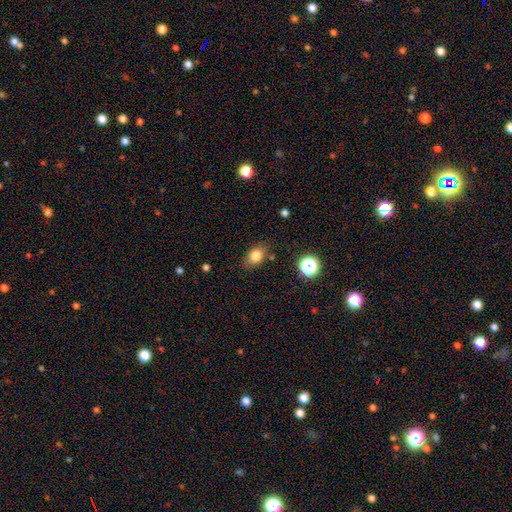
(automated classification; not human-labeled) Morphology: type=smooth (80%); roundness=in between (70%); merging=none (77%).